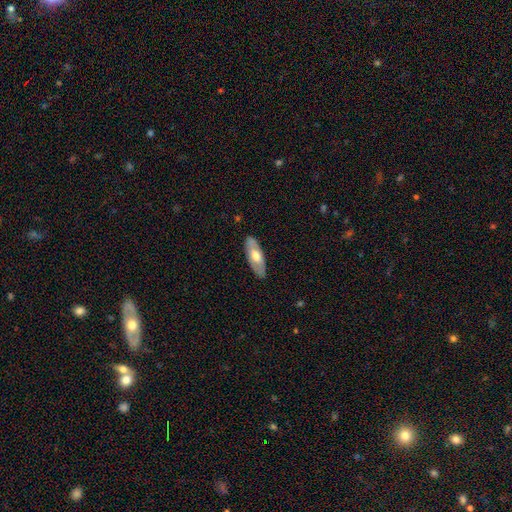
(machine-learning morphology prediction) smooth_or_featured: smooth (p=0.48) [alt: featured or disk p=0.47]
merging: none (p=0.85) [alt: minor disturbance p=0.11]